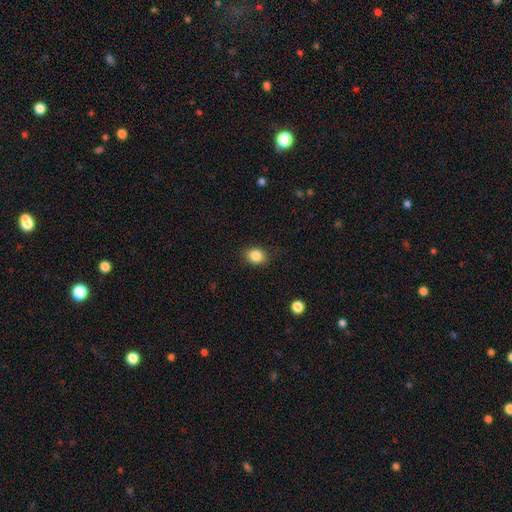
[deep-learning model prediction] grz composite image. It shows a smooth galaxy with no disk features (85%) that is in between round and cigar-shaped (50%). Merging: none (85%).